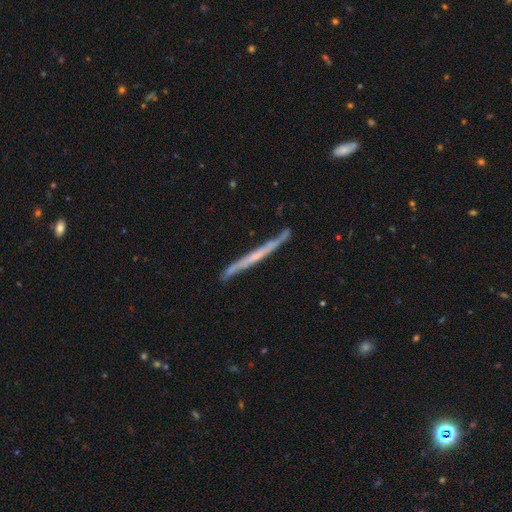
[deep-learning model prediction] featured or disk 66%, smooth 28%, star or artifact 6%. Down the decision tree: edge-on disk — yes (95%); edge-on bulge — none (76%); merging — none (83%).